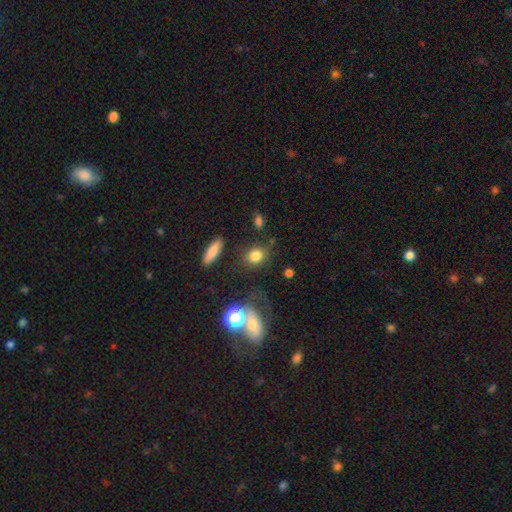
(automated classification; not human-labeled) Q: Smooth or featured?
A: smooth (79%); runner-up: star or artifact (12%)
Q: How rounded?
A: round (57%); runner-up: in between (40%)
Q: Merging?
A: none (72%); runner-up: minor disturbance (15%)